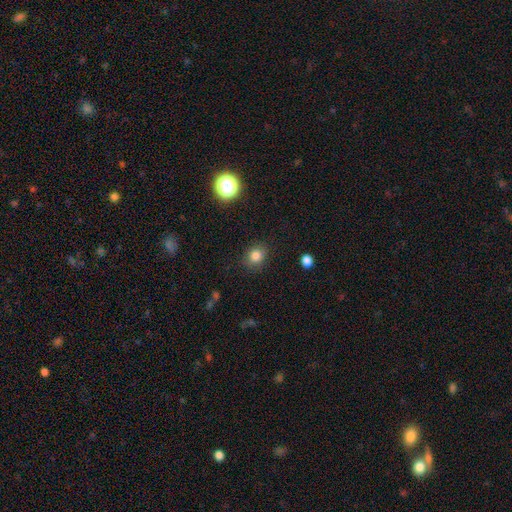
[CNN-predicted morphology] The model was most divided on "how rounded": round: 57%, in between: 42%, cigar-shaped: 1%. More confident: merging — none (85%); smooth or featured — smooth (82%).